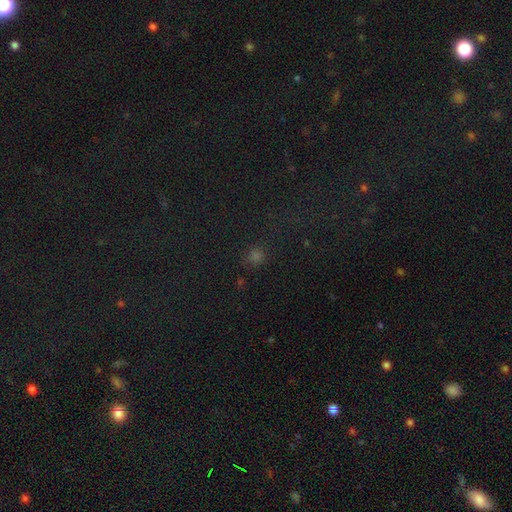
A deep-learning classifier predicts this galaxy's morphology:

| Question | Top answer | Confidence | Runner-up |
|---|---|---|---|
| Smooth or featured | smooth | 60% | star or artifact (35%) |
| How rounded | round | 81% | in between (18%) |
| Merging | none | 83% | minor disturbance (11%) |